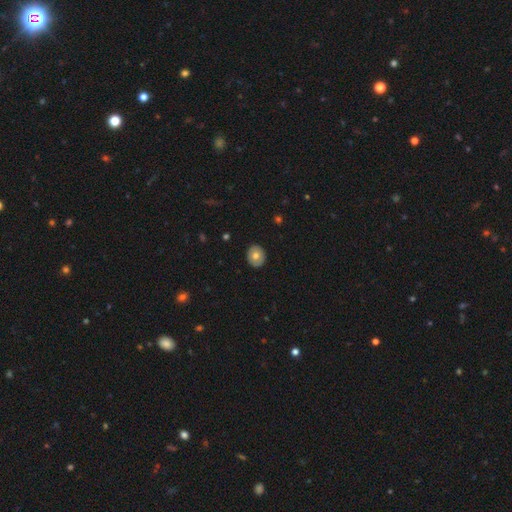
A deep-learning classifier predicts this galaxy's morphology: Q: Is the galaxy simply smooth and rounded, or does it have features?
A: smooth — 69%.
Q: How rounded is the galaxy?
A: round — 68%.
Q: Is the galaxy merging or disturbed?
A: none — 90%.